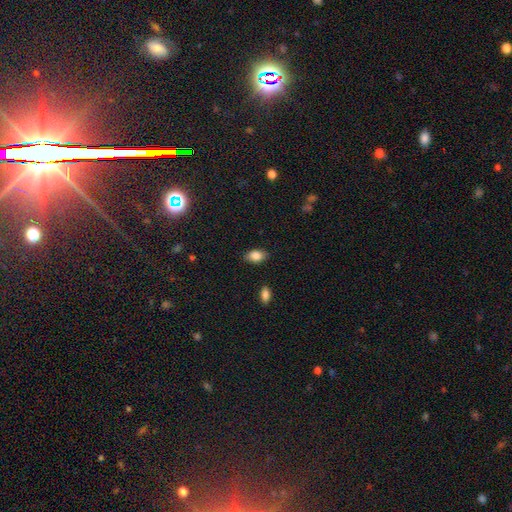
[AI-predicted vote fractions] Smooth or featured? Predicted: smooth (p=0.84). How rounded? Predicted: in between (p=0.87). Merging? Predicted: none (p=0.84).